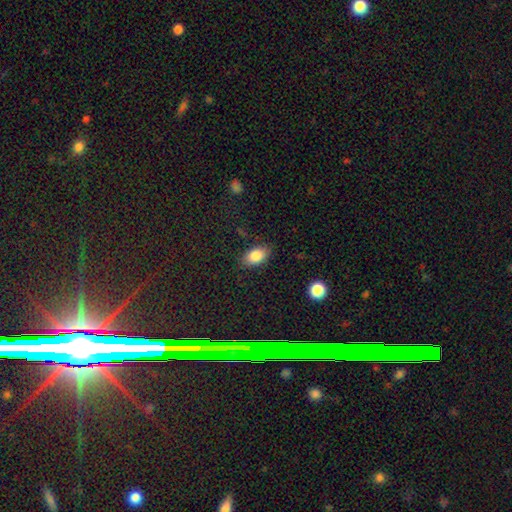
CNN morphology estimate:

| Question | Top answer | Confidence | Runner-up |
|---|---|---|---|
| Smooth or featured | smooth | 84% | star or artifact (8%) |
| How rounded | in between | 89% | round (9%) |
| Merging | none | 83% | minor disturbance (12%) |